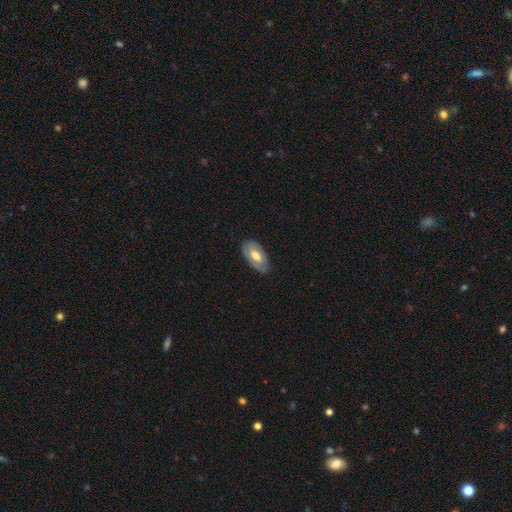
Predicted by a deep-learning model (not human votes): A featured or disk galaxy (48%). Merging: none (80%).